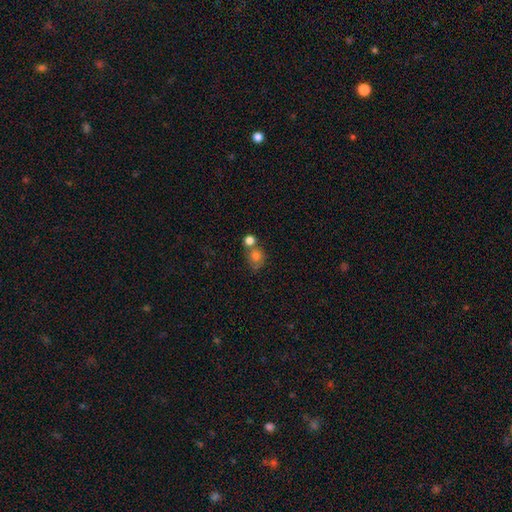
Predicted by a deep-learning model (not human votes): smooth-or-featured: smooth: 75% | featured or disk: 13% | star or artifact: 12%
  how-rounded: round: 75% | in between: 24% | cigar-shaped: 1%
  merging: none: 41% | merger: 39% | minor disturbance: 13% | major disturbance: 7%